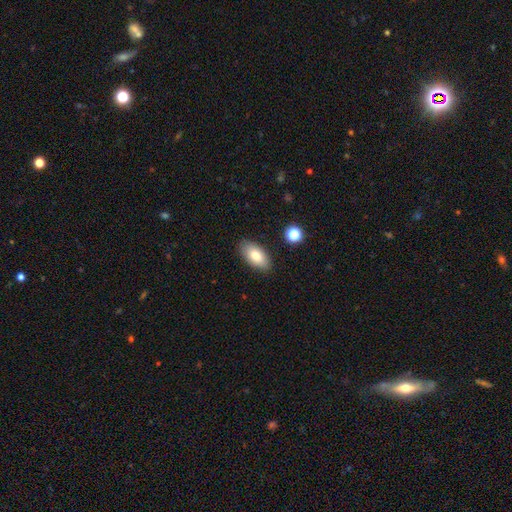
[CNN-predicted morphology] smooth 80%, featured or disk 13%, star or artifact 7%. Down the decision tree: how rounded — in between (92%); merging — none (87%).